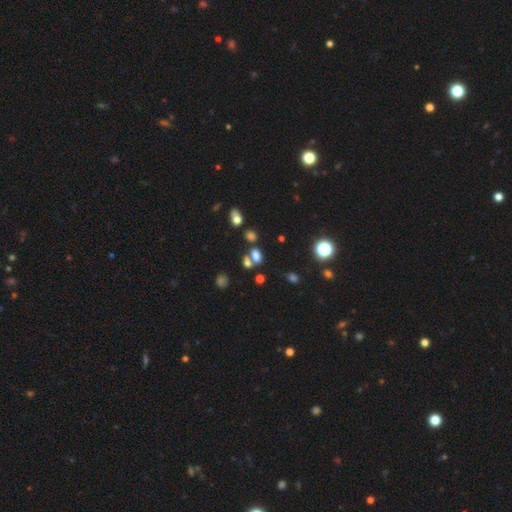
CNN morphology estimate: Smooth or featured? Predicted: smooth (p=0.68). How rounded? Predicted: in between (p=0.78). Merging? Predicted: none (p=0.46).